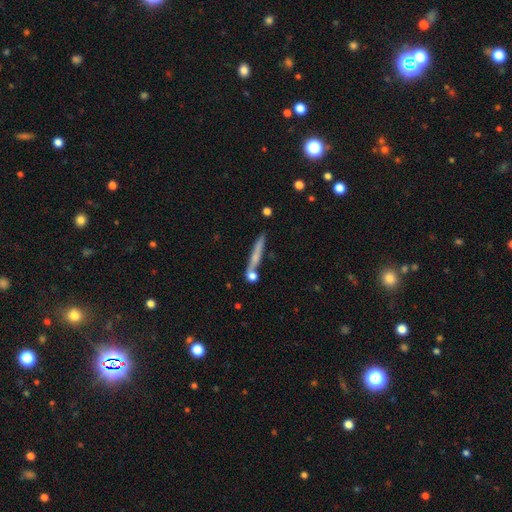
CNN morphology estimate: smooth_or_featured: smooth (p=0.49) [alt: featured or disk p=0.43]
merging: none (p=0.74) [alt: minor disturbance p=0.12]